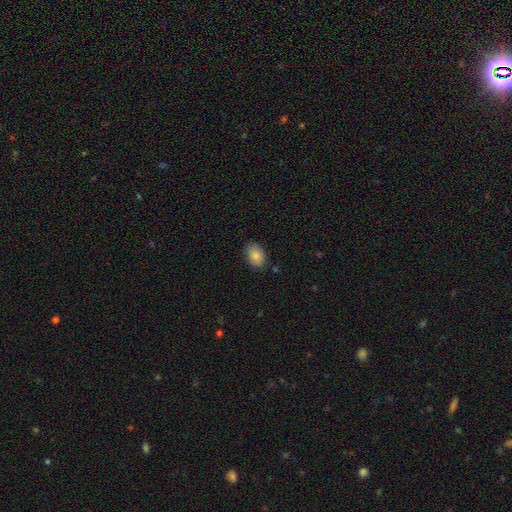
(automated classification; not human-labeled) Smooth or featured: smooth — 86% (star or artifact — 7%)
How rounded: in between — 84% (round — 15%)
Merging: none — 83% (minor disturbance — 13%)